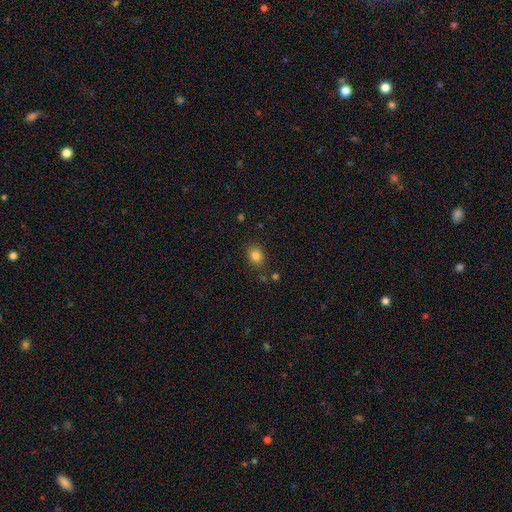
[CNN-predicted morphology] This is clearly a smooth galaxy (82%). How rounded: likely round (62%). Merging: clearly none (81%).